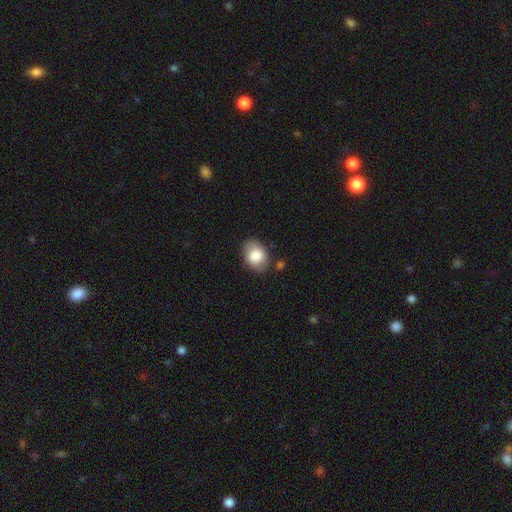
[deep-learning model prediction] This is clearly a smooth galaxy (81%). How rounded: likely in between (71%). Merging: likely none (75%).